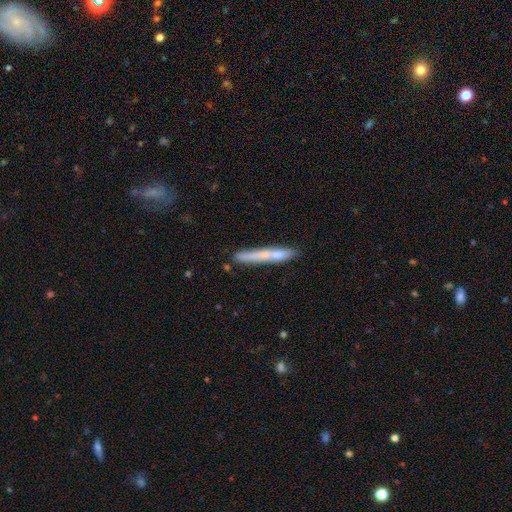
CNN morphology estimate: The model was most divided on "smooth or featured": smooth: 61%, featured or disk: 31%, star or artifact: 7%. More confident: how rounded — cigar-shaped (96%); merging — none (81%).